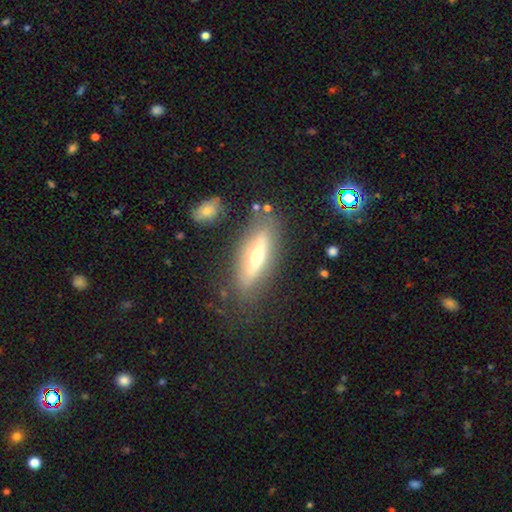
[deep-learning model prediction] This appears to be a featured or disk galaxy (52%) viewed edge-on (68%). Merging: none (75%).